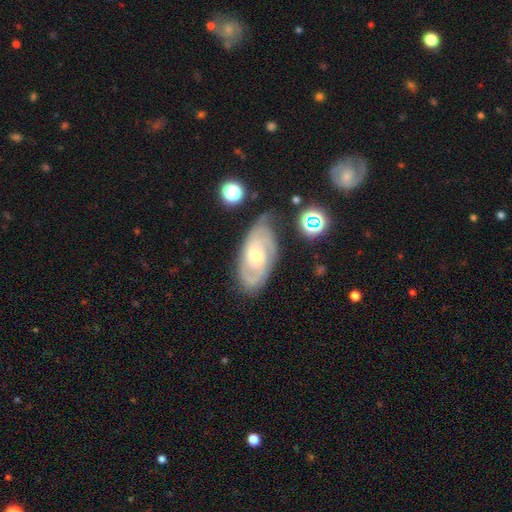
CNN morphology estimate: smooth-or-featured: featured or disk: 79% | smooth: 14% | star or artifact: 7%
  disk-edge-on: no: 94% | yes: 6%
    bar: no: 60% | weak: 33% | strong: 7%
    has-spiral-arms: yes: 94% | no: 6%
      spiral-winding: tight: 59% | medium: 33% | loose: 8%
      spiral-arm-count: 2: 46% | can't tell: 29% | 3: 16% | 4: 4% | 1: 4% | more than 4: 3%
    bulge-size: moderate: 49% | small: 47% | large: 2% | none: 1% | dominant: 1%
  merging: none: 65% | minor disturbance: 24% | major disturbance: 8% | merger: 4%